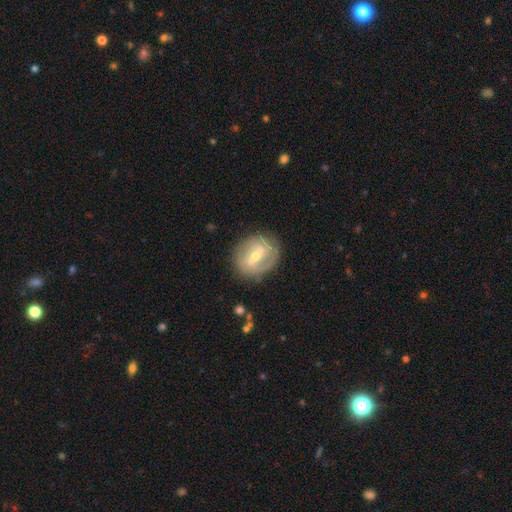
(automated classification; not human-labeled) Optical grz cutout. It shows a featured or disk galaxy (79%) with a strong bar (45%), 2 (61%) tight (53%) spiral arms (85%) and a moderate central bulge (48%, tied with small). Merging: none (79%).